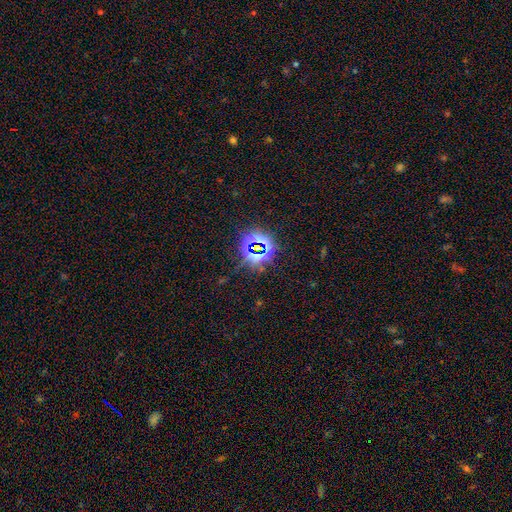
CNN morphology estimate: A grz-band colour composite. It shows a star or artifact, not a galaxy (78%).